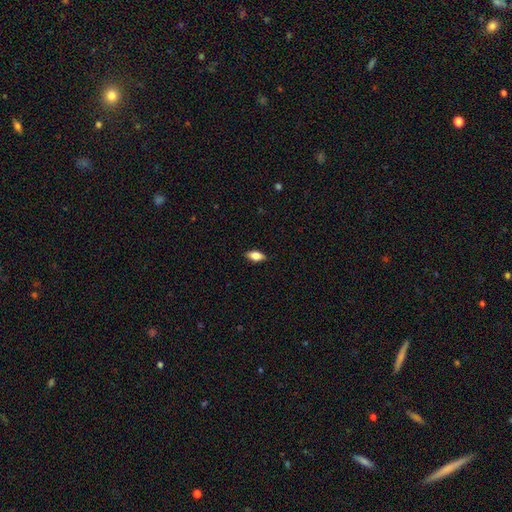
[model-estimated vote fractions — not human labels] A smooth galaxy with no disk features (81%) that is in between round and cigar-shaped (88%).

Vote fractions:
- Smooth or featured? smooth: 81% / featured or disk: 12% / star or artifact: 7%
- How rounded? in between: 88% / cigar-shaped: 8% / round: 4%
- Merging? none: 87% / minor disturbance: 10% / major disturbance: 2% / merger: 1%